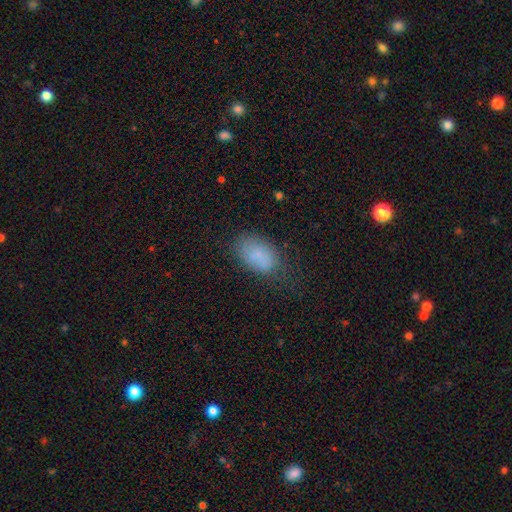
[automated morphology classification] Overall: smooth (82%). How rounded: in between (90%). Merging: none (65%).